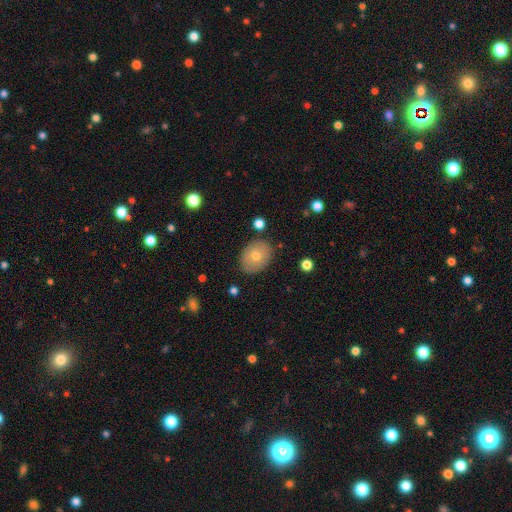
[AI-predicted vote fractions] Overall: smooth (68%). How rounded: in between (59%; round 40%). Merging: none (84%).